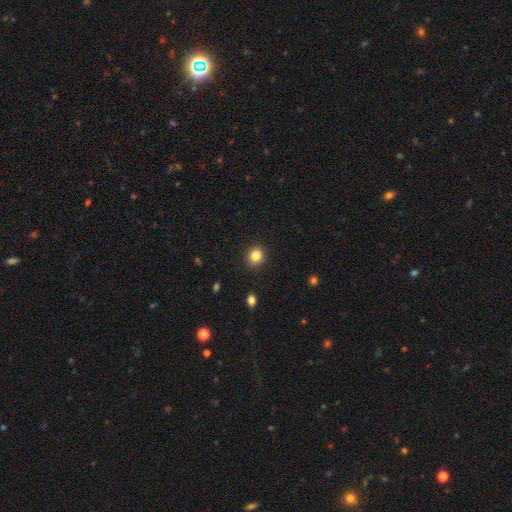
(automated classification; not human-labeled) This is clearly a smooth galaxy (83%). How rounded: clearly round (81%). Merging: clearly none (91%).